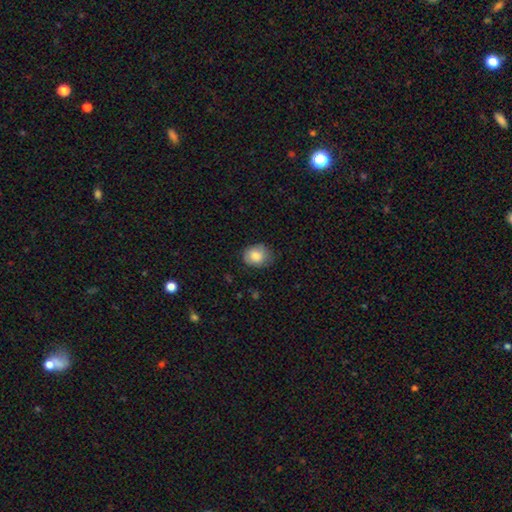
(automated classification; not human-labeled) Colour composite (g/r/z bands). It shows a smooth galaxy with no disk features (83%) that is round (56%). Merging: none (70%).